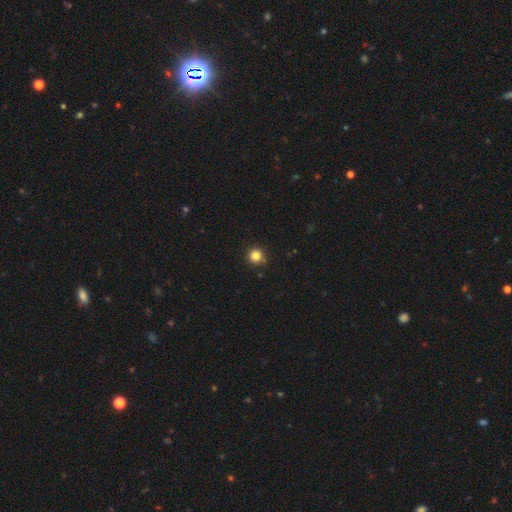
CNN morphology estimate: Smooth or featured? Predicted: smooth (p=0.84). How rounded? Predicted: round (p=0.95). Merging? Predicted: none (p=0.91).